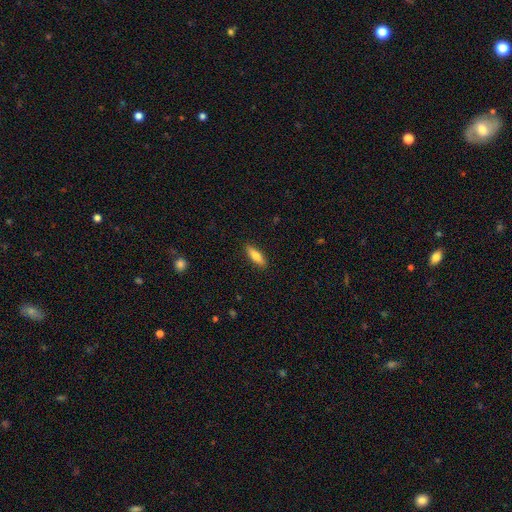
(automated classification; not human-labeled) This appears to be a smooth galaxy with no disk features (75%) that is in between round and cigar-shaped (50%). Merging: none (89%).